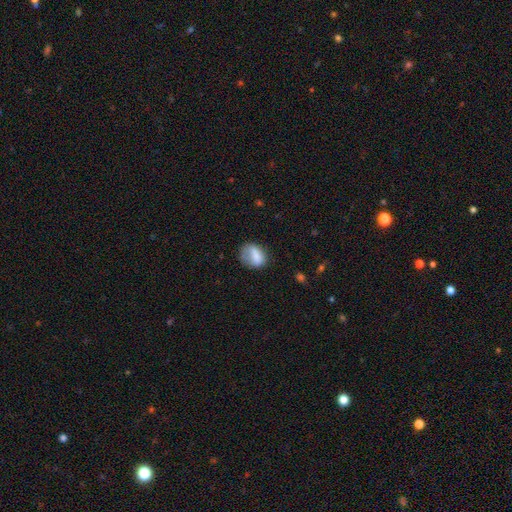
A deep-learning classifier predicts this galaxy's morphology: type=smooth (77%); roundness=in between (65%); merging=none (51%).